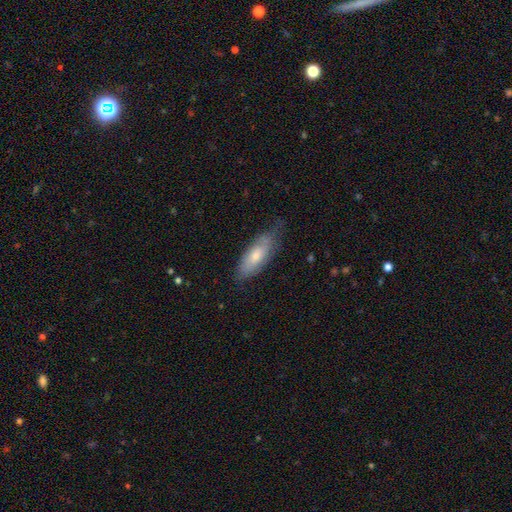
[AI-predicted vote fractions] Smooth or featured?
  - smooth: 65% *
  - featured or disk: 29%
  - star or artifact: 6%
How rounded?
  - in between: 72% *
  - cigar-shaped: 26%
  - round: 2%
Merging?
  - none: 59% *
  - minor disturbance: 32%
  - major disturbance: 8%
  - merger: 2%